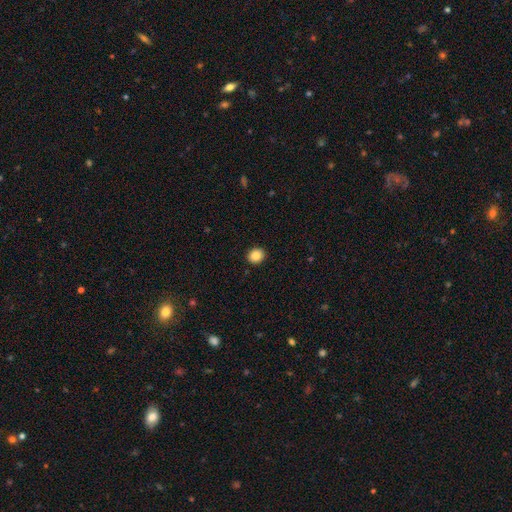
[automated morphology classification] Q: Smooth or featured?
A: smooth (86%); runner-up: star or artifact (9%)
Q: How rounded?
A: round (78%); runner-up: in between (21%)
Q: Merging?
A: none (92%); runner-up: minor disturbance (6%)